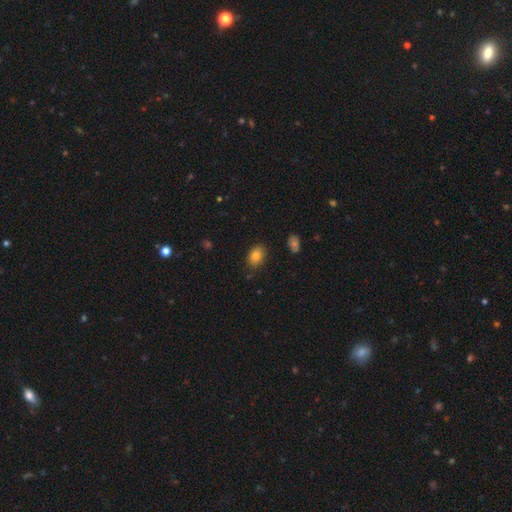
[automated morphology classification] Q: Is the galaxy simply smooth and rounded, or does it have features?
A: smooth — 82%.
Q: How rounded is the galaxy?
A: in between — 82%.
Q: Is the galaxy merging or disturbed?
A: none — 82%.